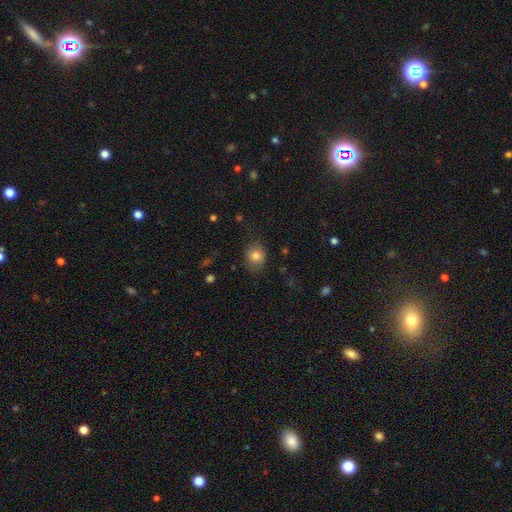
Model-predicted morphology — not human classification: smooth 81%, star or artifact 11%, featured or disk 9%. Down the decision tree: how rounded — round (69%); merging — none (78%).